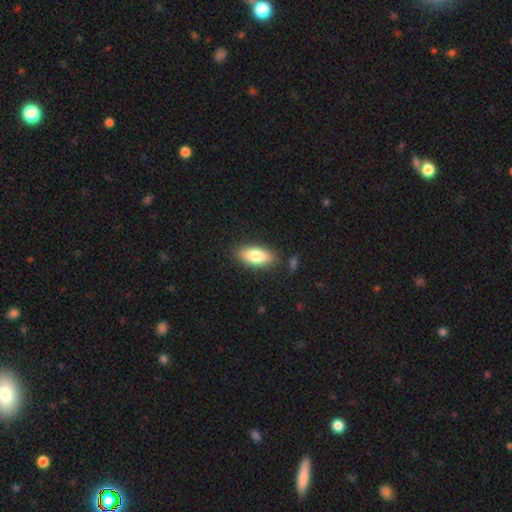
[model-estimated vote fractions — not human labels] Morphology: type=smooth (78%); roundness=in between (83%); merging=none (84%).